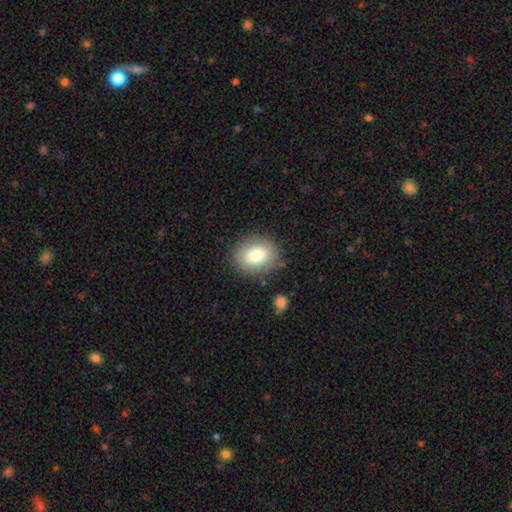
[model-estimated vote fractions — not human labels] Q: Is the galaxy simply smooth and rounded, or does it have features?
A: smooth — 79%.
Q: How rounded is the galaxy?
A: round — 57%.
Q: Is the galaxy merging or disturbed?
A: none — 84%.